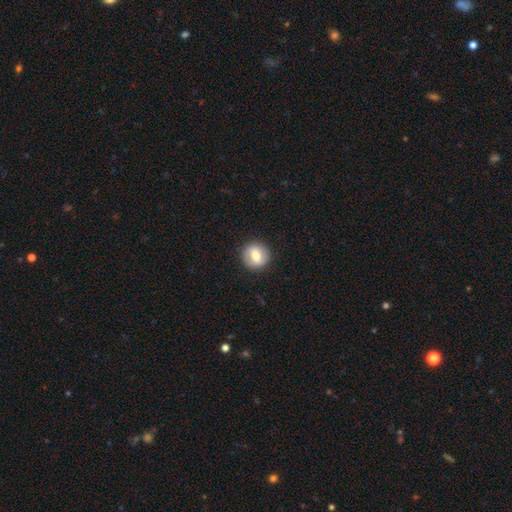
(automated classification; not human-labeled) Overall: smooth (63%; featured or disk 30%). How rounded: round (91%). Merging: none (90%).